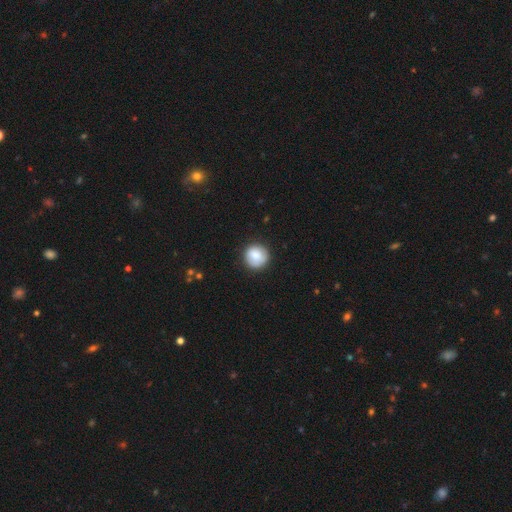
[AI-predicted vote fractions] This appears to be a smooth galaxy with no disk features (84%) that is round (93%). Merging: none (84%).